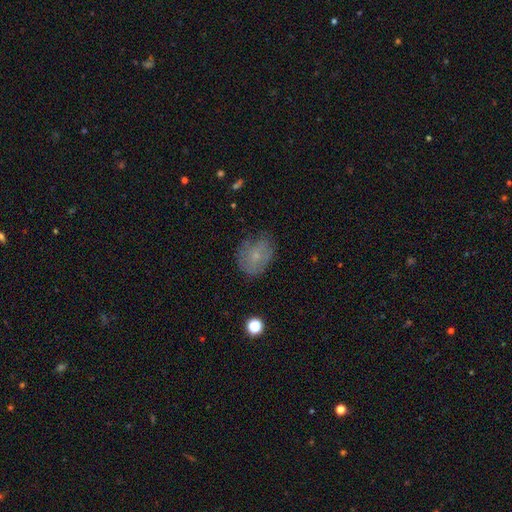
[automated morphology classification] Overall: smooth (55%; featured or disk 34%). How rounded: in between (52%; round 46%). Merging: none (62%; minor disturbance 26%).